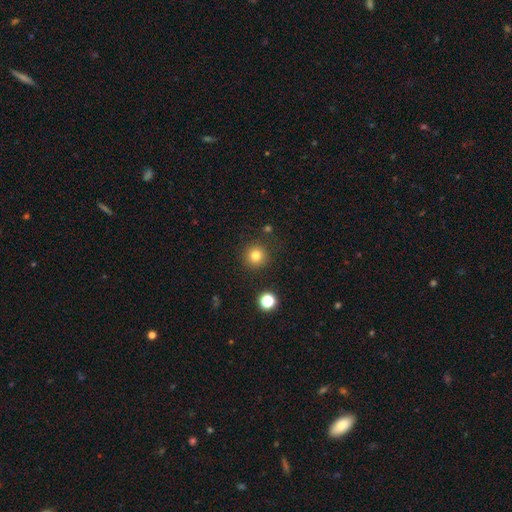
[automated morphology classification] smooth 79%, star or artifact 14%, featured or disk 7%. Down the decision tree: how rounded — round (95%); merging — none (88%).